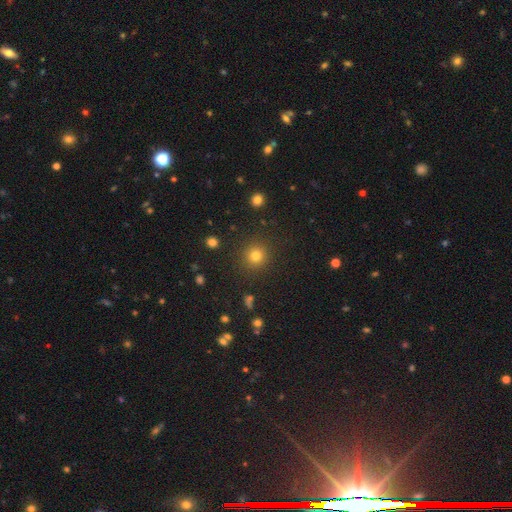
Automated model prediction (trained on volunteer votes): The model was most divided on "smooth or featured": smooth: 80%, star or artifact: 14%, featured or disk: 6%. More confident: how rounded — round (93%); merging — none (90%).